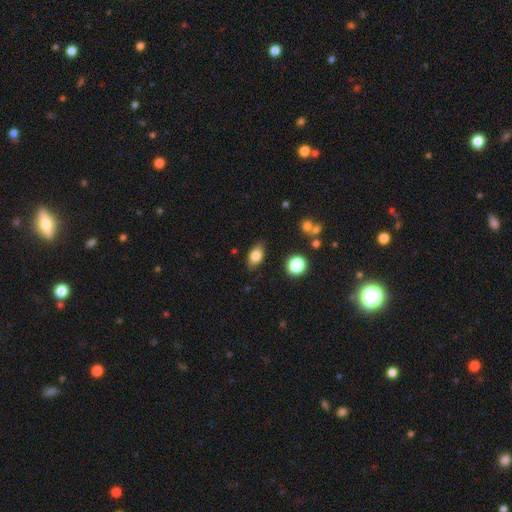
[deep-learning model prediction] This is likely a smooth galaxy (79%). How rounded: clearly in between (86%). Merging: clearly none (83%).